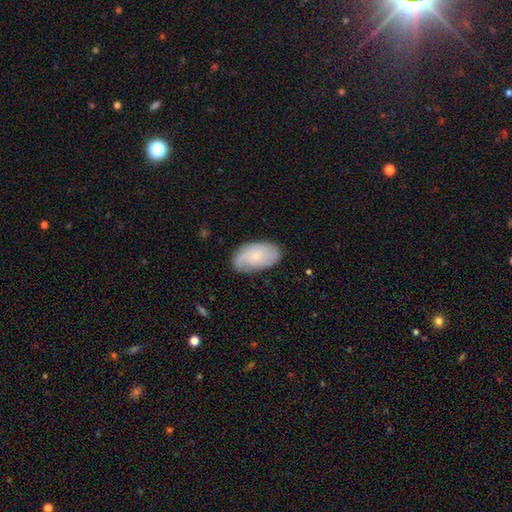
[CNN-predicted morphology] A featured or disk galaxy (48%). Merging: none (77%).